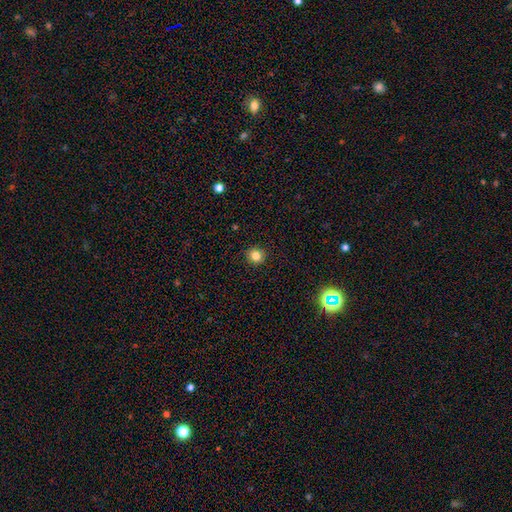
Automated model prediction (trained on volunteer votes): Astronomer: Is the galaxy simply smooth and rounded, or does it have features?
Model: smooth — 82%.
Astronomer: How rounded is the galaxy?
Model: round — 93%.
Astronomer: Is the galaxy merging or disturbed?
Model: none — 92%.